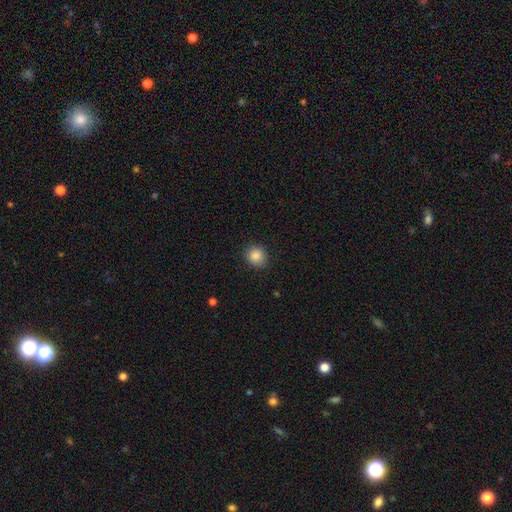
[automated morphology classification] Overall: smooth (87%). How rounded: round (83%). Merging: none (88%).